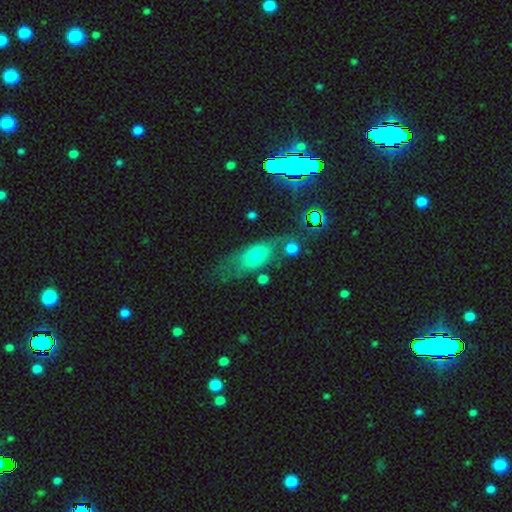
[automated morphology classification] This is possibly a smooth galaxy (58%). How rounded: likely in between (76%). Merging: possibly none (50%).